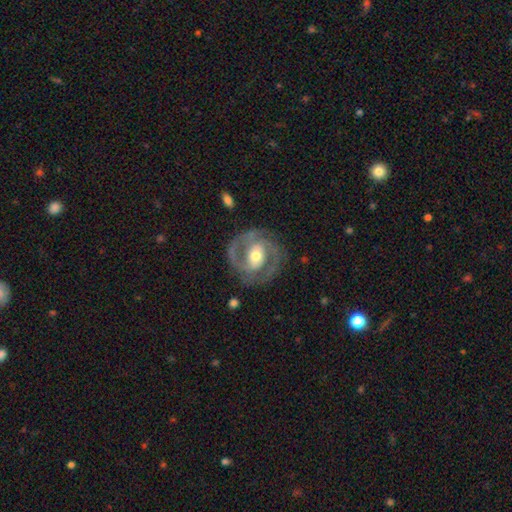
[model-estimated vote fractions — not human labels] Smooth or featured: featured or disk — 85% (smooth — 10%)
Edge-on disk: no — 97% (yes — 3%)
Bar: weak — 39% (no — 34%)
Spiral arms: yes — 91% (no — 9%)
Spiral winding: medium — 48% (tight — 41%)
Spiral arm count: 2 — 82% (can't tell — 7%)
Bulge size: moderate — 69% (small — 17%)
Merging: none — 79% (minor disturbance — 13%)